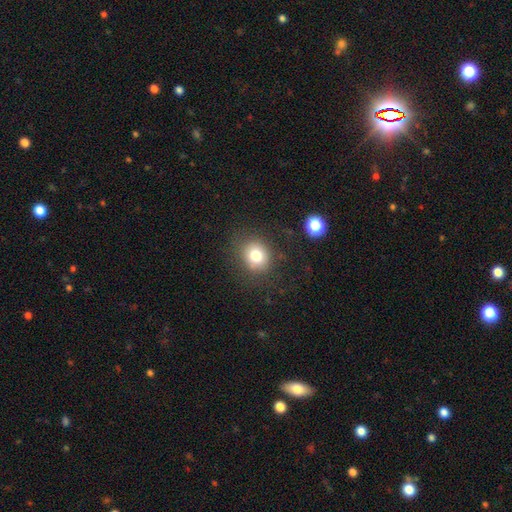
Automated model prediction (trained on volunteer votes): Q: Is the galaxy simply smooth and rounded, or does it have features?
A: smooth — 78%.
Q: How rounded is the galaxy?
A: round — 72%.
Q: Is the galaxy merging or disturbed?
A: none — 81%.